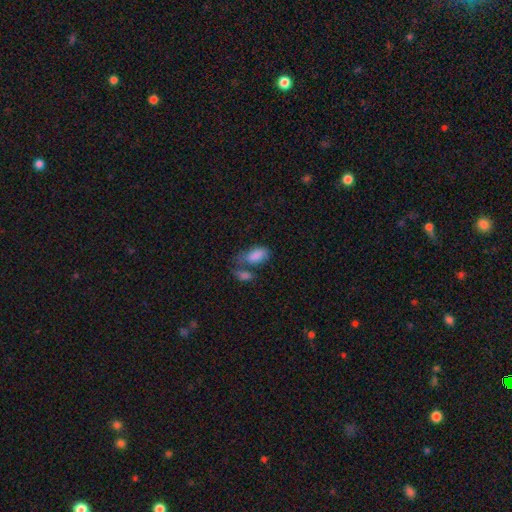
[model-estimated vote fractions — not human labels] A smooth galaxy with no disk features (83%) that is in between round and cigar-shaped (93%). Merging: merger (44%).